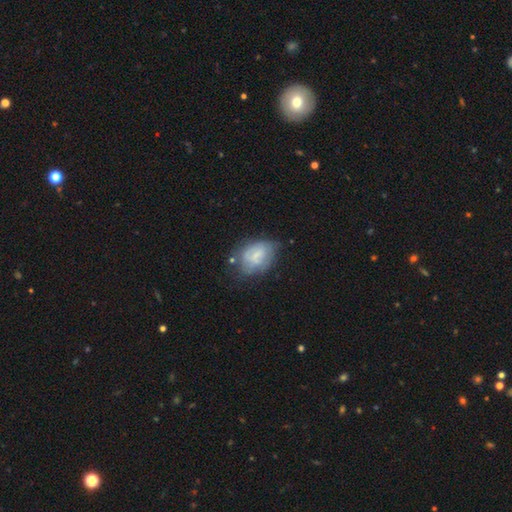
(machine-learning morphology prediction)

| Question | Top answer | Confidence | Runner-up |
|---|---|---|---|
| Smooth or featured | smooth | 47% | featured or disk (44%) |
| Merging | none | 48% | minor disturbance (32%) |